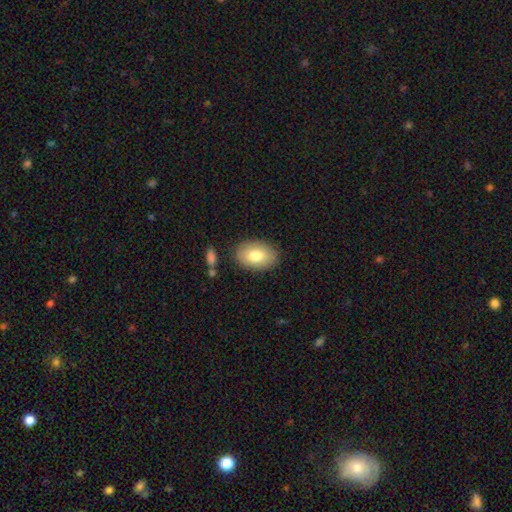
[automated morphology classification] Smooth or featured?
  - smooth: 79% *
  - featured or disk: 15%
  - star or artifact: 7%
How rounded?
  - in between: 86% *
  - round: 13%
  - cigar-shaped: 1%
Merging?
  - none: 84% *
  - minor disturbance: 11%
  - major disturbance: 3%
  - merger: 2%